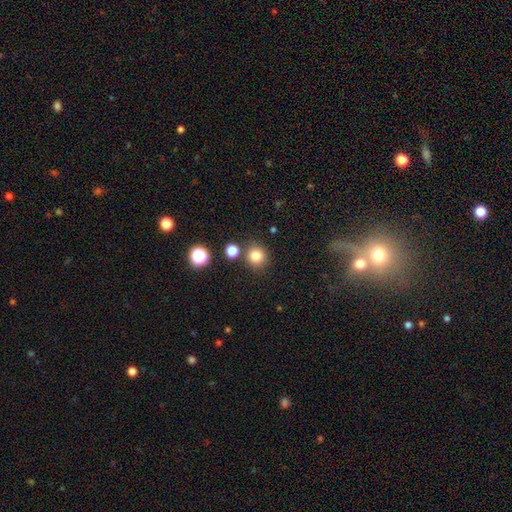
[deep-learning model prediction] A smooth galaxy with no disk features (81%) that is round (90%). Merging: none (81%).